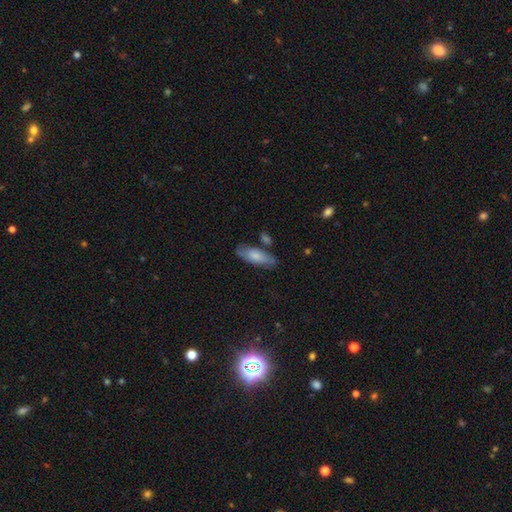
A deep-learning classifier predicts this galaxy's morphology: type=smooth (70%); roundness=in between (74%); merging=none (68%).